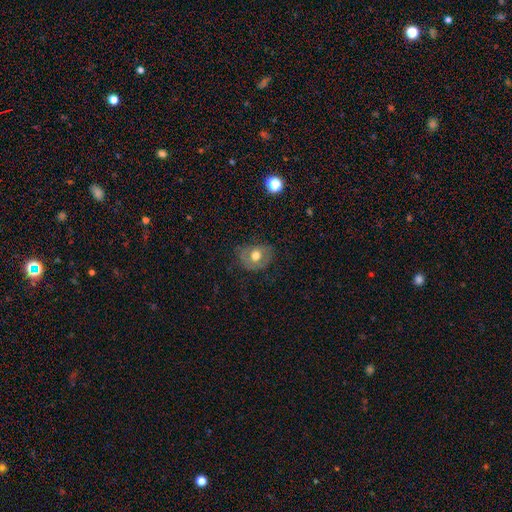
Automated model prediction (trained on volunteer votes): A smooth galaxy with no disk features (56%) that is round (53%).

Vote fractions:
- Smooth or featured? smooth: 56% / featured or disk: 36% / star or artifact: 9%
- How rounded? round: 53% / in between: 46% / cigar-shaped: 1%
- Merging? none: 66% / minor disturbance: 23% / major disturbance: 9% / merger: 1%